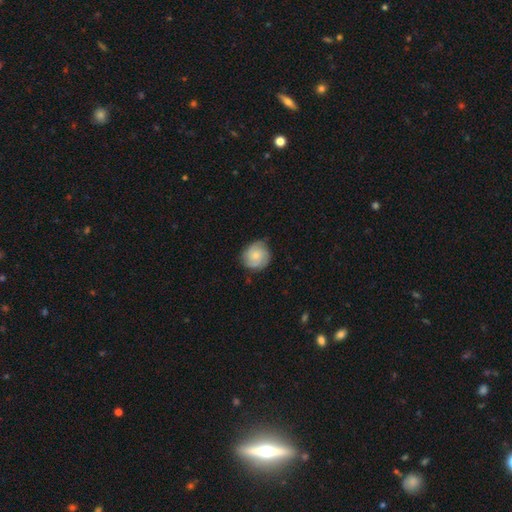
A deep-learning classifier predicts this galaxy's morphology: A featured or disk galaxy (48%). Merging: none (75%).